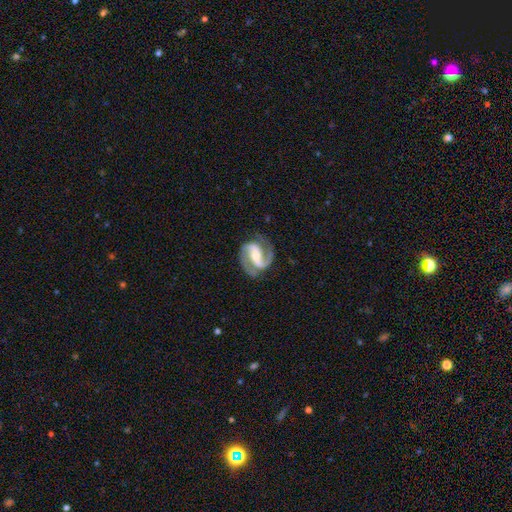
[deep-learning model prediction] This appears to be a featured or disk galaxy (91%) with a strong bar (52%), 2 (93%) medium (58%) spiral arms (98%) and a moderate central bulge (53%). Merging: none (80%).